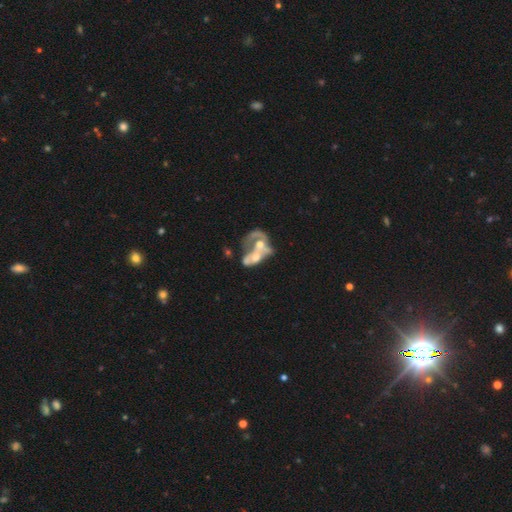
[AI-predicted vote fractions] The model was most divided on "spiral arms": no: 68%, yes: 32%. More confident: edge-on disk — no (96%); bar — no (81%); merging — merger (73%); smooth or featured — featured or disk (64%); bulge size — moderate (57%).